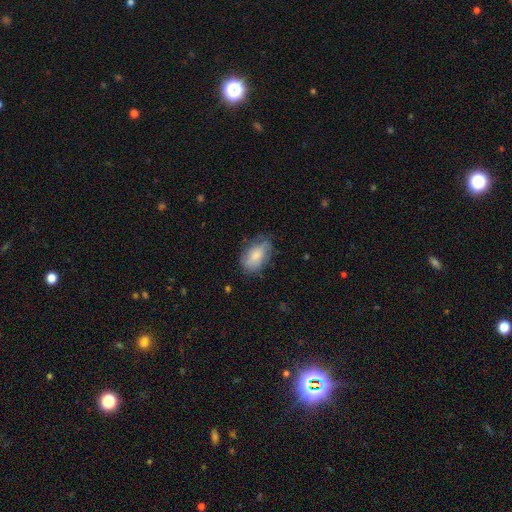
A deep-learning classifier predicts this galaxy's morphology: Overall: smooth (69%). How rounded: in between (90%). Merging: none (63%; minor disturbance 27%).